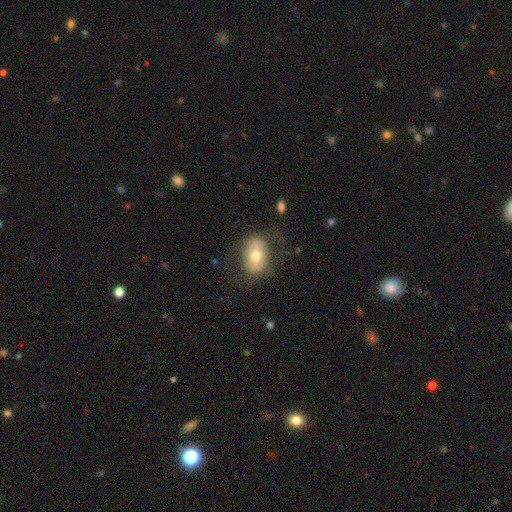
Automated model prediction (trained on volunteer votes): smooth 58%, featured or disk 34%, star or artifact 8%. Down the decision tree: how rounded — in between (75%); merging — none (72%).